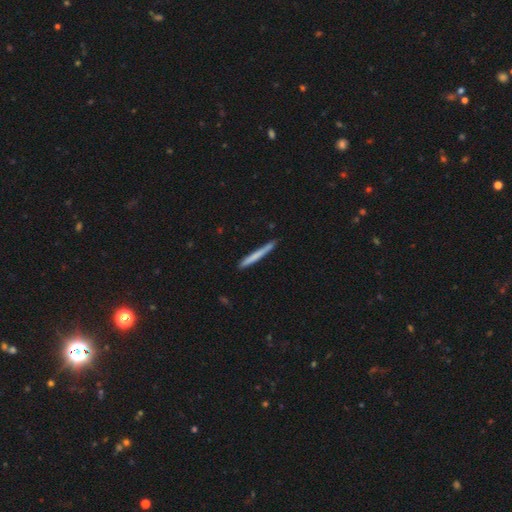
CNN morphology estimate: A smooth galaxy with no disk features (67%) that is cigar-shaped (97%). Merging: none (87%).